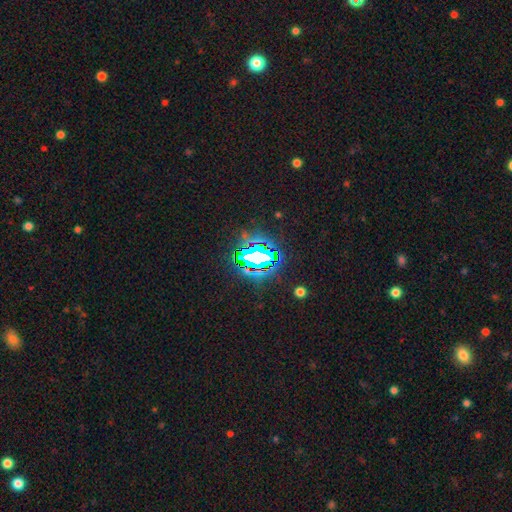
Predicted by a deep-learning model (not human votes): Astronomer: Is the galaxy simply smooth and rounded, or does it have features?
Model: star or artifact — 75%.